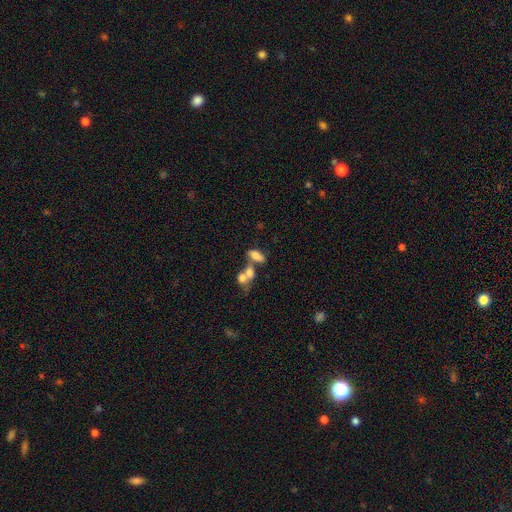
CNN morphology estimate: Smooth or featured? smooth (66%)
How rounded? in between (81%)
Merging? merger (43%)